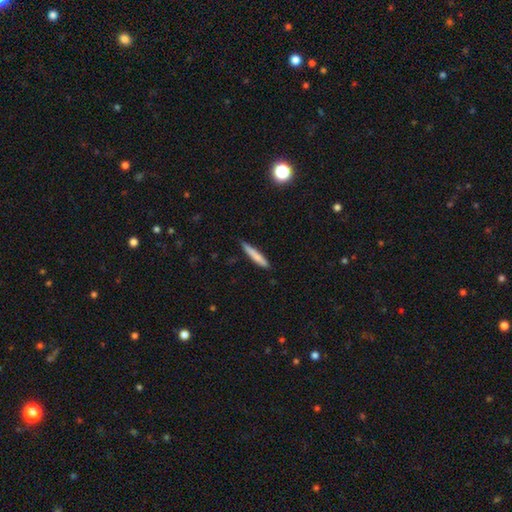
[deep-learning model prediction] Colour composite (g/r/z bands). It shows a smooth galaxy with no disk features (75%) that is cigar-shaped (93%). Merging: none (80%).